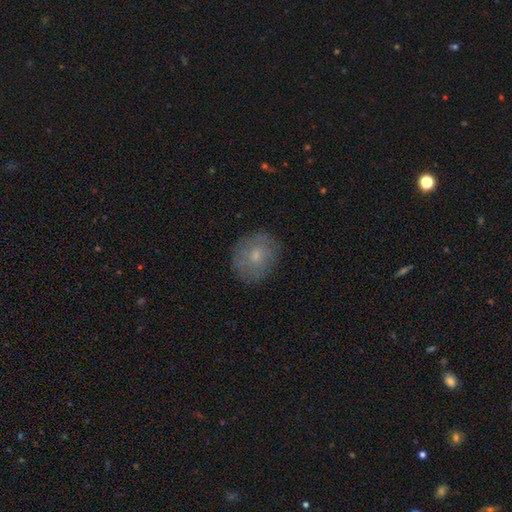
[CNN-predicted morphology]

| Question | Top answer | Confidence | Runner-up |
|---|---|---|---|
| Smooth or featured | smooth | 66% | featured or disk (25%) |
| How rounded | round | 68% | in between (30%) |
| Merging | none | 80% | minor disturbance (15%) |